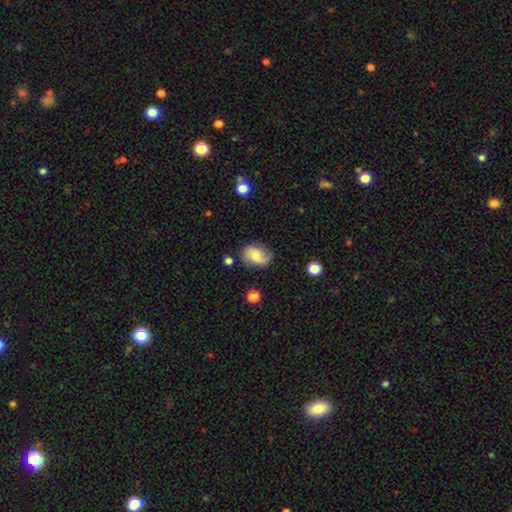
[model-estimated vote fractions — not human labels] Overall: smooth (58%; featured or disk 34%). How rounded: in between (66%; round 33%). Merging: none (72%).